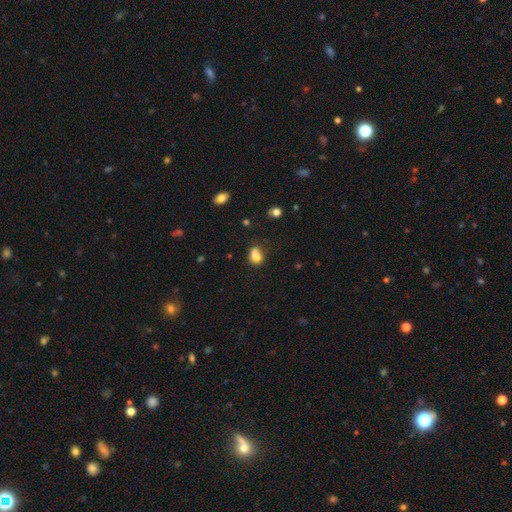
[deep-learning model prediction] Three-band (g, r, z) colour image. It shows a smooth galaxy with no disk features (81%) that is in between round and cigar-shaped (74%). Merging: none (51%).